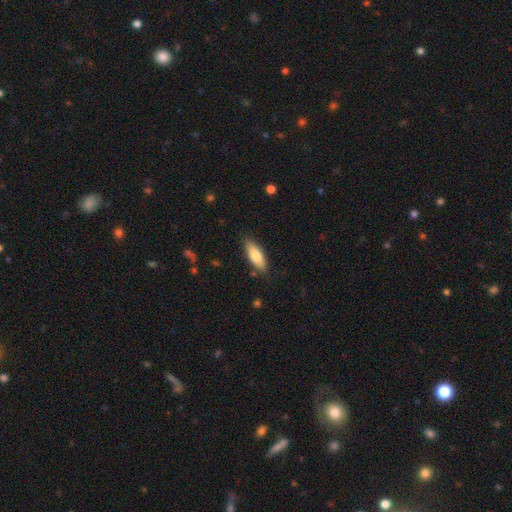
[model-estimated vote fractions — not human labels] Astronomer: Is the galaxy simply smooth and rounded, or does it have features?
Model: smooth — 77%.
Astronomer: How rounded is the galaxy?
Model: in between — 66%.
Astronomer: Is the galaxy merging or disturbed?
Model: none — 84%.